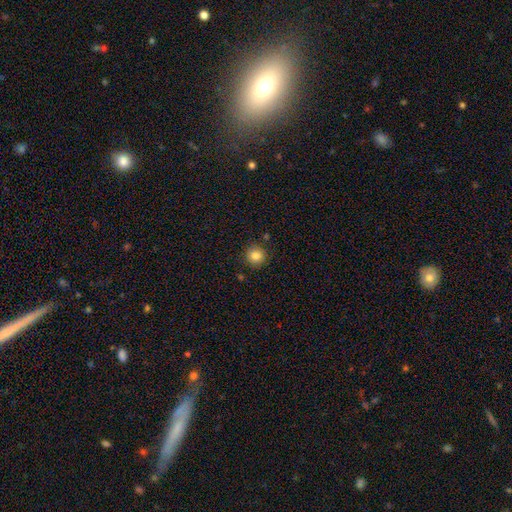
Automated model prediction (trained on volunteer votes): Smooth or featured: smooth — 83% (star or artifact — 11%)
How rounded: round — 94% (in between — 5%)
Merging: none — 89% (minor disturbance — 7%)